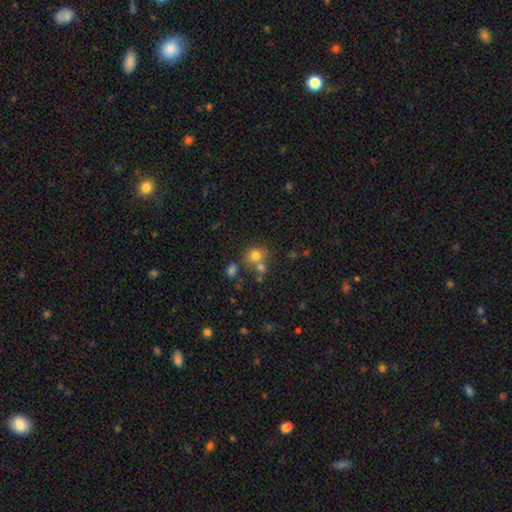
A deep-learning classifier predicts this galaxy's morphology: smooth-or-featured: smooth: 73% | star or artifact: 15% | featured or disk: 12%
  how-rounded: round: 75% | in between: 24% | cigar-shaped: 1%
  merging: none: 51% | merger: 34% | minor disturbance: 10% | major disturbance: 5%